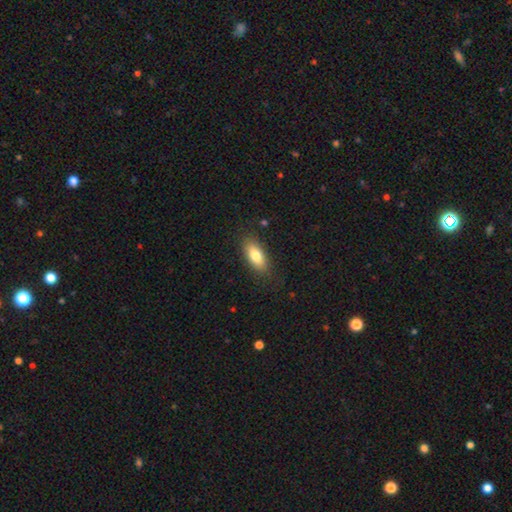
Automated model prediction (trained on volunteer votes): Smooth or featured?
  - smooth: 78% *
  - featured or disk: 15%
  - star or artifact: 7%
How rounded?
  - in between: 84% *
  - cigar-shaped: 13%
  - round: 3%
Merging?
  - none: 83% *
  - minor disturbance: 12%
  - major disturbance: 3%
  - merger: 1%